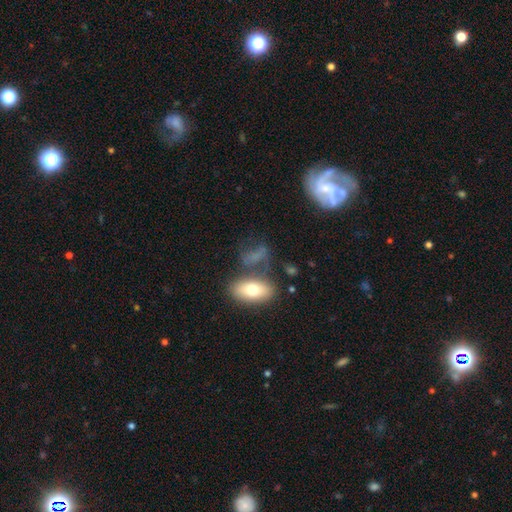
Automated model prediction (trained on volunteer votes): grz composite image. It shows a smooth galaxy with no disk features (60%) that is in between round and cigar-shaped (71%). Merging: none (48%).